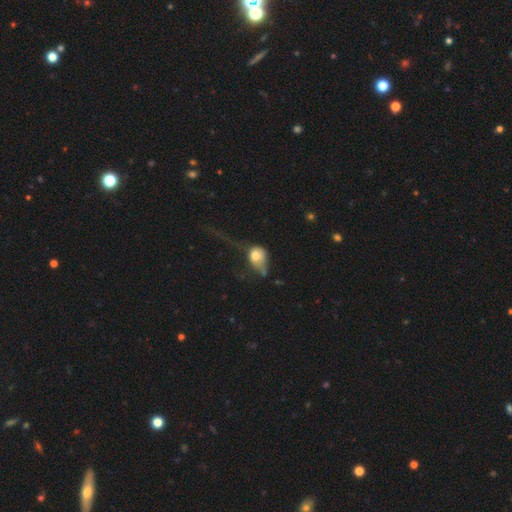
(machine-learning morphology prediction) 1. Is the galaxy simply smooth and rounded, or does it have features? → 67% smooth, 23% featured or disk, 10% star or artifact.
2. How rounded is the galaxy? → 50% in between, 47% round, 2% cigar-shaped.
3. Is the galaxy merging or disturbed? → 51% major disturbance, 20% minor disturbance, 18% none, 11% merger.